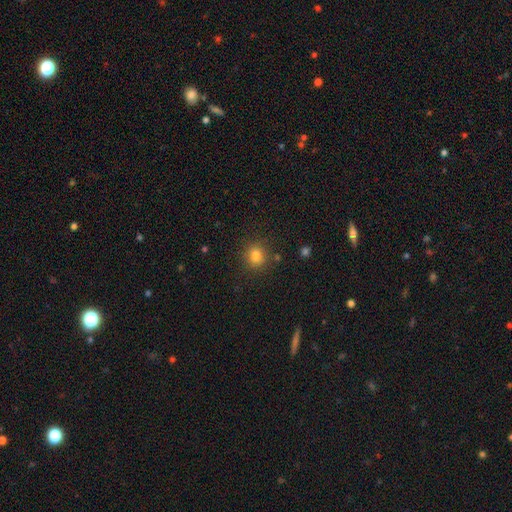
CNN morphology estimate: smooth 81%, star or artifact 13%, featured or disk 6%. Down the decision tree: how rounded — round (81%); merging — none (86%).